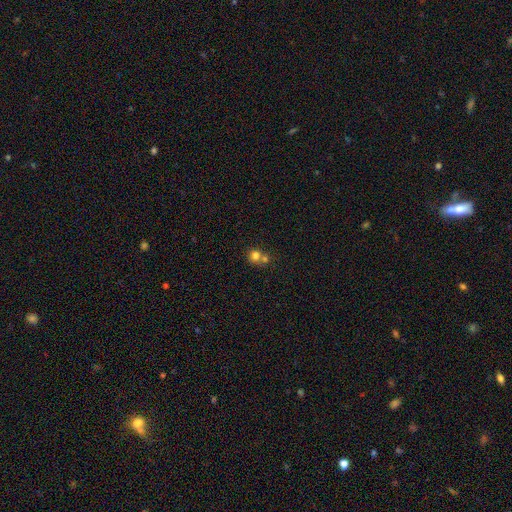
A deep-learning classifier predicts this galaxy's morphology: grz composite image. It shows a smooth galaxy with no disk features (77%) that is round (87%). Merging: merger (47%).